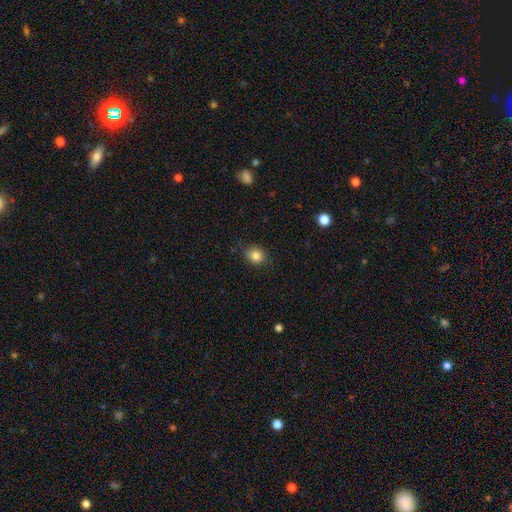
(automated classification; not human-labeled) smooth 83%, star or artifact 10%, featured or disk 6%. Down the decision tree: how rounded — round (65%); merging — none (84%).